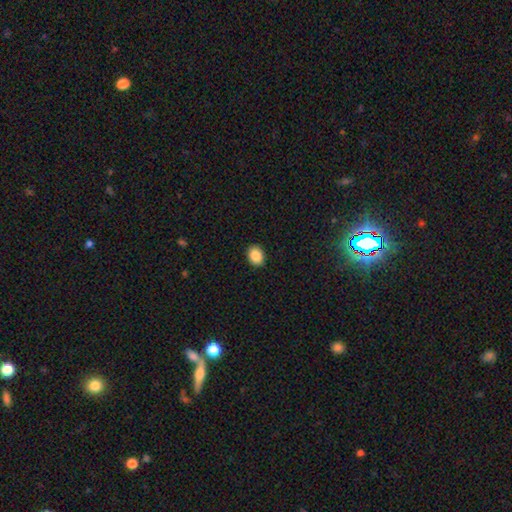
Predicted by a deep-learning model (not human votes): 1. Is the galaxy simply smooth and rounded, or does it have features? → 88% smooth, 8% star or artifact, 3% featured or disk.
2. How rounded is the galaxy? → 61% in between, 38% round, 1% cigar-shaped.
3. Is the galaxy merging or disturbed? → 90% none, 7% minor disturbance, 2% major disturbance, 1% merger.